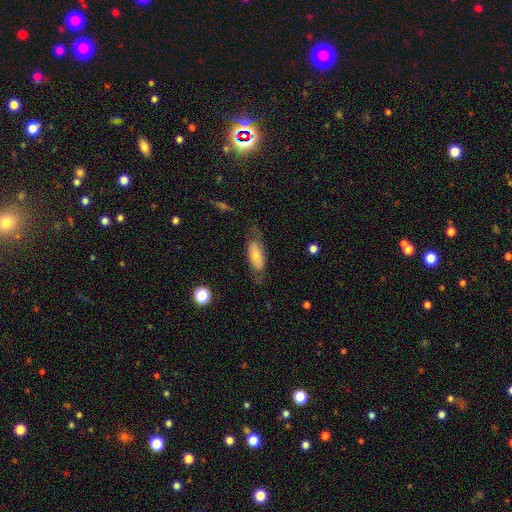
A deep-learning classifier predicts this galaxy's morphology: A smooth galaxy with no disk features (59%) that is in between round and cigar-shaped (78%).

Vote fractions:
- Smooth or featured? smooth: 59% / featured or disk: 34% / star or artifact: 7%
- How rounded? in between: 78% / cigar-shaped: 19% / round: 3%
- Merging? none: 60% / minor disturbance: 24% / major disturbance: 14% / merger: 2%